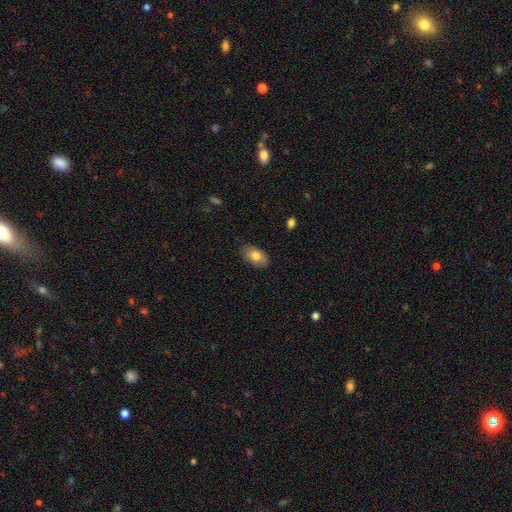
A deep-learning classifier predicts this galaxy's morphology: This is likely a smooth galaxy (79%). How rounded: clearly in between (92%). Merging: clearly none (84%).